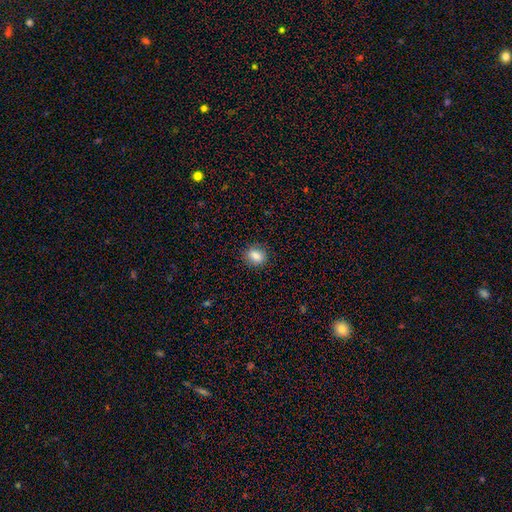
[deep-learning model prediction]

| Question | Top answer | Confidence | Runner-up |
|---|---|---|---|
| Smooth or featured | smooth | 85% | star or artifact (9%) |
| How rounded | in between | 58% | round (40%) |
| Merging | none | 86% | minor disturbance (10%) |